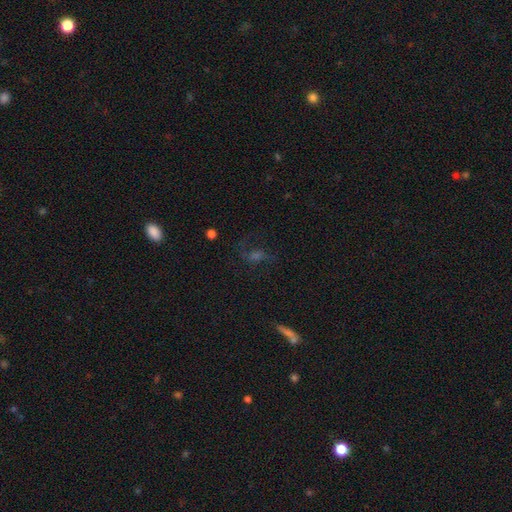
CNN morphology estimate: smooth_or_featured: featured or disk (p=0.44) [alt: star or artifact p=0.29]
merging: none (p=0.61) [alt: major disturbance p=0.20]